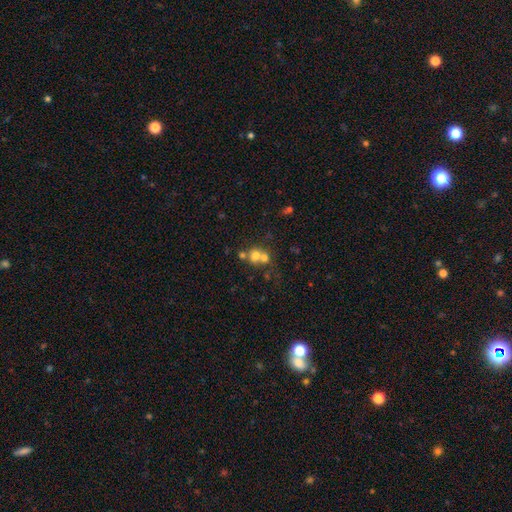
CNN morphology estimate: This is likely a smooth galaxy (64%). How rounded: likely round (77%). Merging: possibly merger (58%).